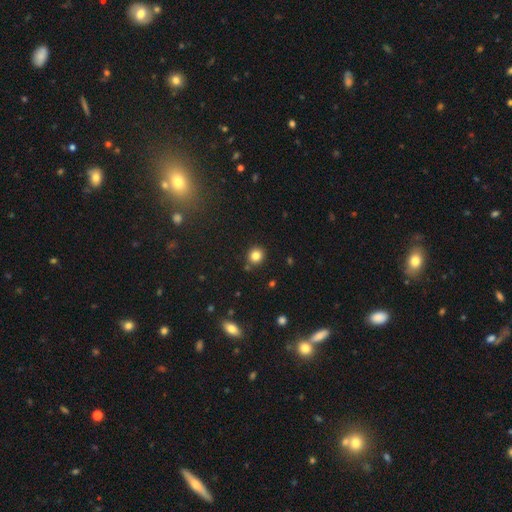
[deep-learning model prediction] Overall: smooth (82%). How rounded: round (88%). Merging: none (86%).